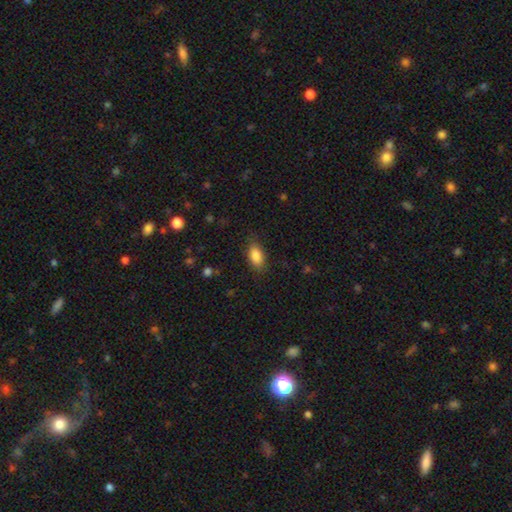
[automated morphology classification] This appears to be a smooth galaxy with no disk features (87%) that is in between round and cigar-shaped (90%). Merging: none (83%).